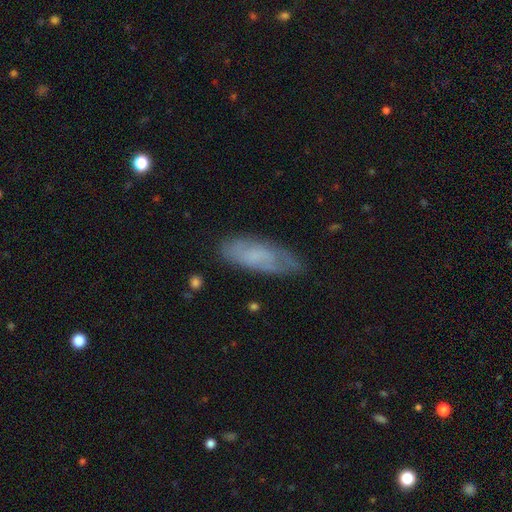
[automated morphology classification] type=smooth (56%); roundness=in between (65%); merging=none (67%).